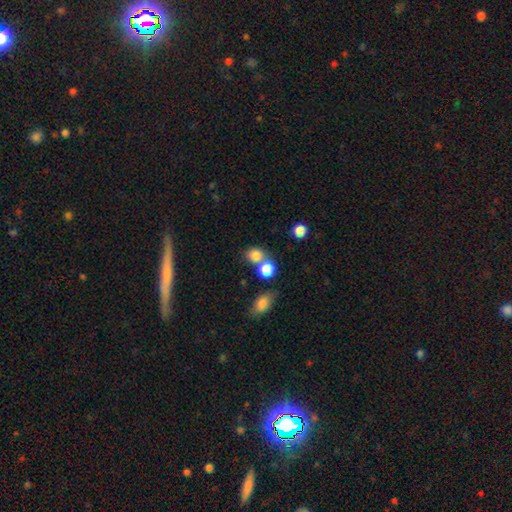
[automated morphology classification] The model was most divided on "merging": none: 50%, merger: 38%, minor disturbance: 9%, major disturbance: 4%. More confident: smooth or featured — smooth (82%); how rounded — round (76%).